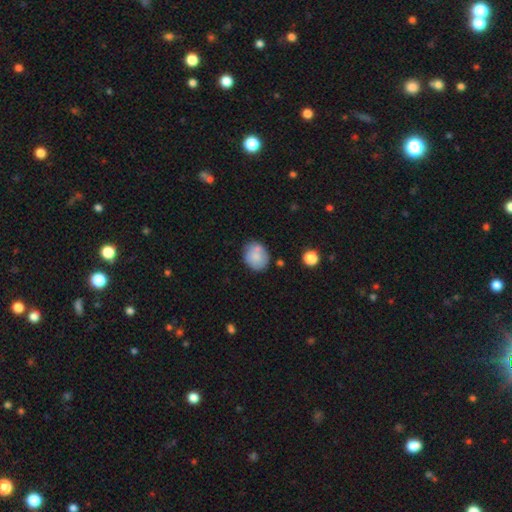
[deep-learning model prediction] This is likely a smooth galaxy (74%). How rounded: likely round (65%). Merging: likely none (64%).